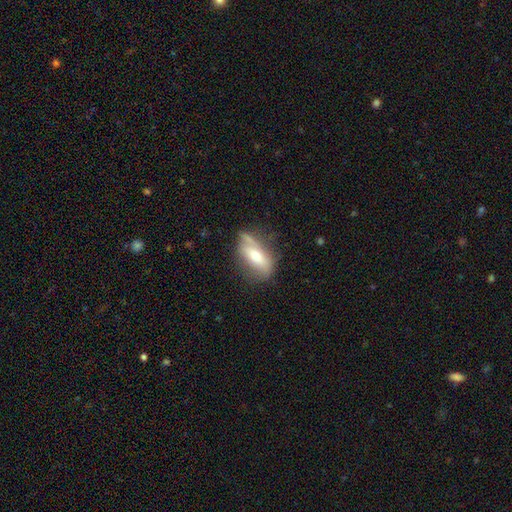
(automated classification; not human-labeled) Smooth or featured: smooth — 56% (featured or disk — 37%)
How rounded: in between — 73% (cigar-shaped — 23%)
Merging: none — 53% (minor disturbance — 30%)